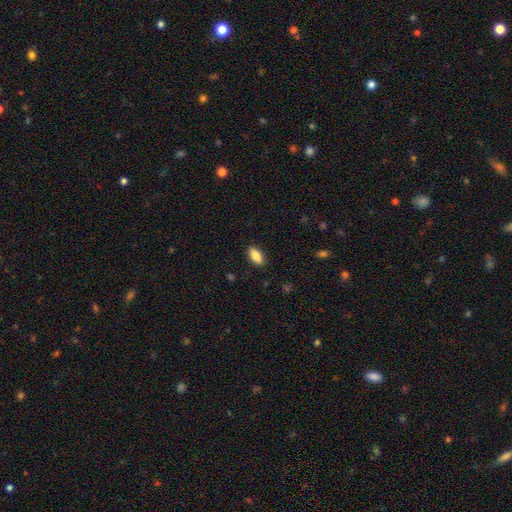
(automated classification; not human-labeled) smooth_or_featured: smooth (p=0.85) [alt: featured or disk p=0.08]
how_rounded: in between (p=0.88) [alt: cigar-shaped p=0.10]
merging: none (p=0.88) [alt: minor disturbance p=0.09]